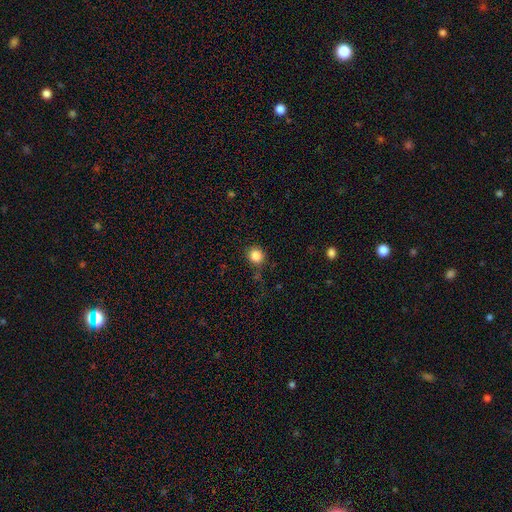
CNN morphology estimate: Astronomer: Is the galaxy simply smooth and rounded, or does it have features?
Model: smooth — 85%.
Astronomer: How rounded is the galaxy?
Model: round — 89%.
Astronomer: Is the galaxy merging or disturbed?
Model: none — 81%.